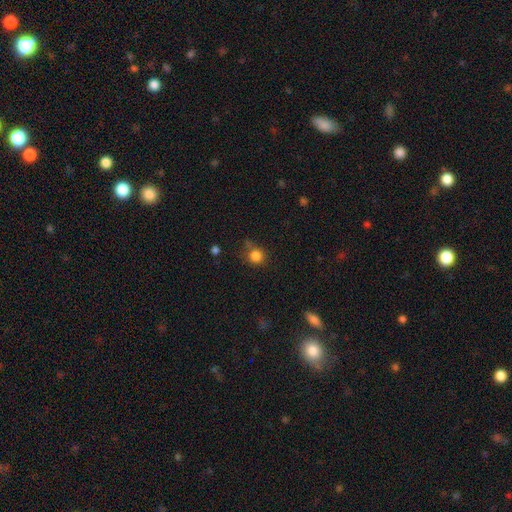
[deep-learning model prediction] Smooth or featured: smooth — 83% (star or artifact — 12%)
How rounded: round — 88% (in between — 11%)
Merging: none — 71% (minor disturbance — 18%)